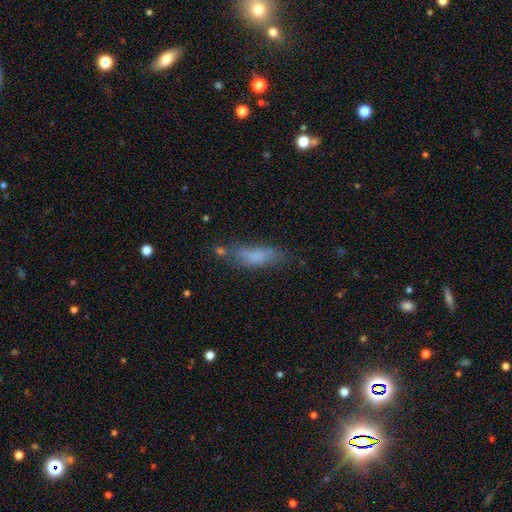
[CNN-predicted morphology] smooth 67%, featured or disk 23%, star or artifact 11%. Down the decision tree: how rounded — in between (52%); merging — none (51%).